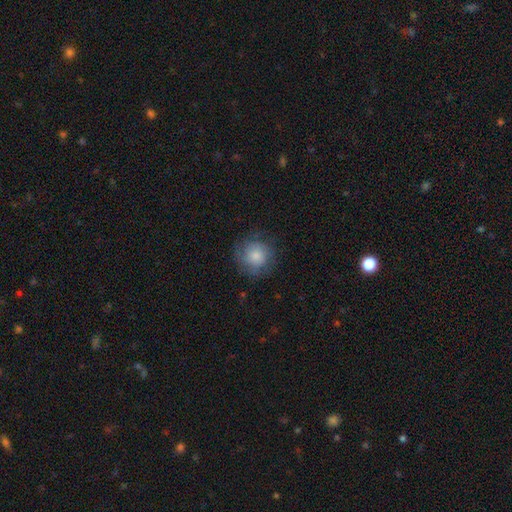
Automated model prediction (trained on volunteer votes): smooth 75%, featured or disk 17%, star or artifact 8%. Down the decision tree: how rounded — round (93%); merging — none (75%).